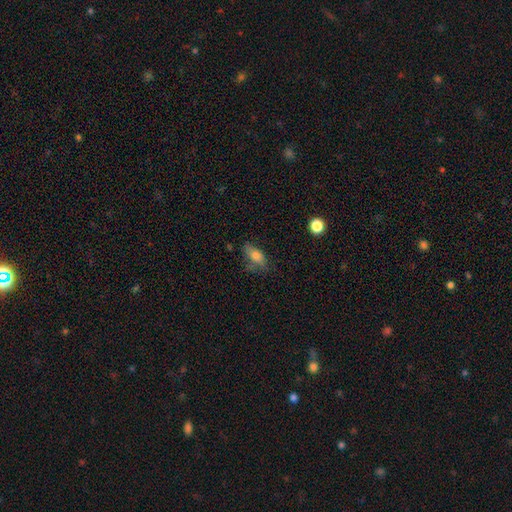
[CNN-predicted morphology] This appears to be a smooth galaxy with no disk features (73%) that is in between round and cigar-shaped (81%). Merging: none (53%).